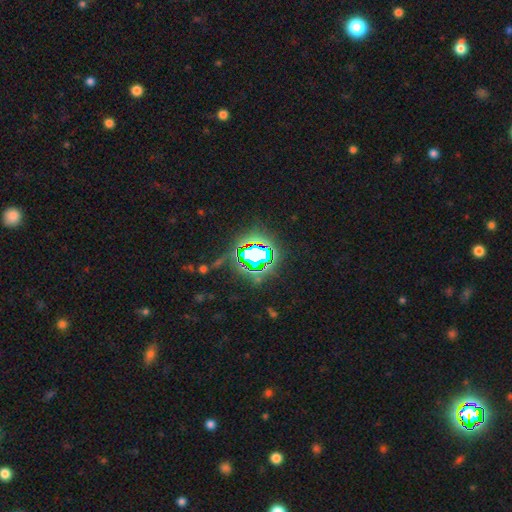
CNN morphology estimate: The model was most divided on "smooth or featured": star or artifact: 76%, smooth: 13%, featured or disk: 11%.